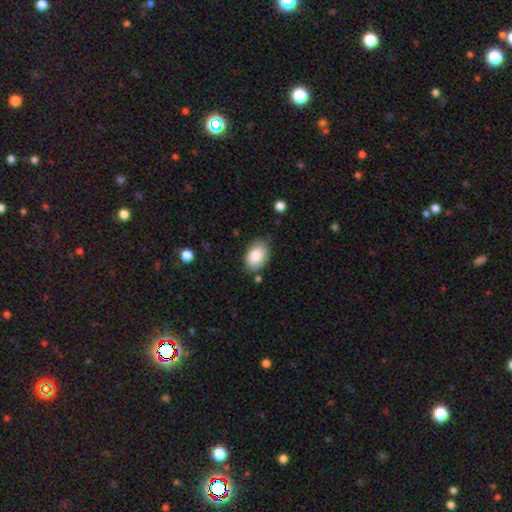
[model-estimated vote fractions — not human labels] Smooth or featured: smooth — 84% (featured or disk — 9%)
How rounded: in between — 86% (round — 13%)
Merging: none — 75% (minor disturbance — 18%)